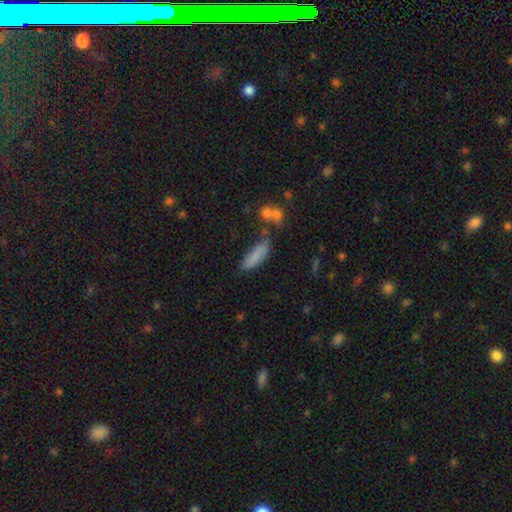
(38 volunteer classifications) Overall: smooth (82%). How rounded: in between (48%, tied with cigar-shaped). Merging: none (59%; minor disturbance 21%).